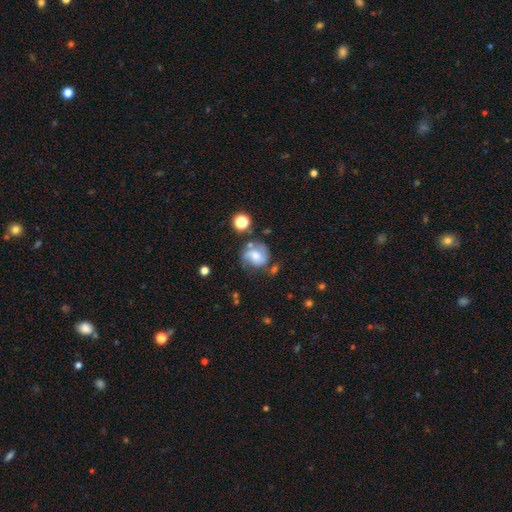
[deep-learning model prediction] This is possibly a featured or disk galaxy (55%). It is clearly not viewed edge-on (97%). Bar: possibly no (50%). Spiral arm pattern: clearly yes (85%). Central bulge: possibly moderate (49%). Merging: possibly none (56%).